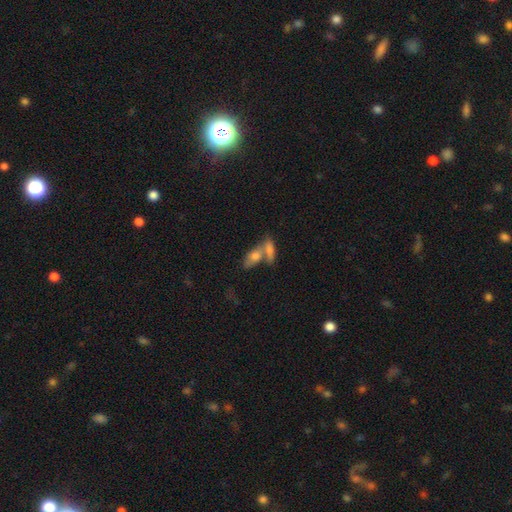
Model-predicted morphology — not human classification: A smooth galaxy with no disk features (60%) that is in between round and cigar-shaped (72%).

Vote fractions:
- Smooth or featured? smooth: 60% / featured or disk: 27% / star or artifact: 12%
- How rounded? in between: 72% / cigar-shaped: 21% / round: 7%
- Merging? merger: 54% / none: 34% / minor disturbance: 8% / major disturbance: 4%